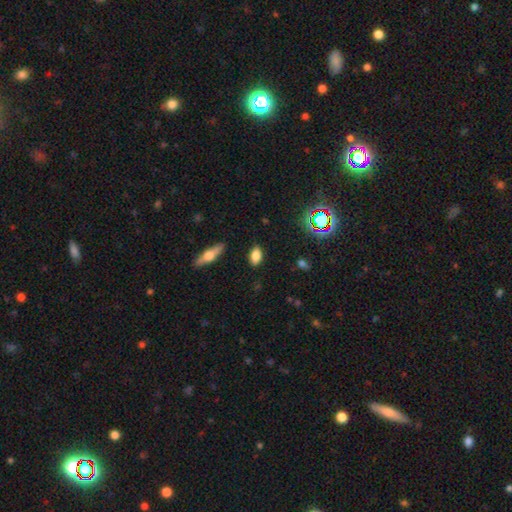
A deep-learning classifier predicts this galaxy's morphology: The model was most divided on "smooth or featured": smooth: 79%, featured or disk: 10%, star or artifact: 10%. More confident: how rounded — in between (86%); merging — none (86%).